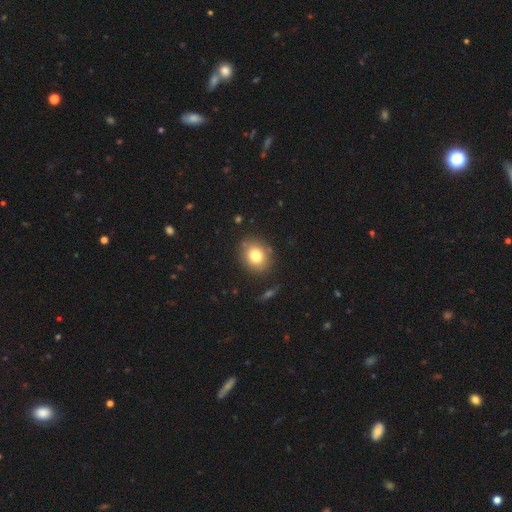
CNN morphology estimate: Smooth or featured? smooth (78%)
How rounded? round (68%)
Merging? none (83%)